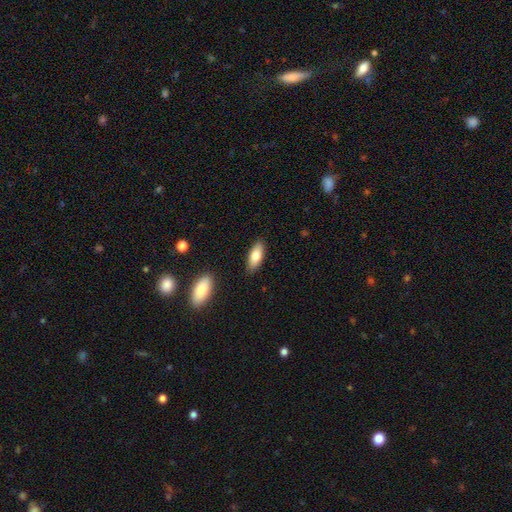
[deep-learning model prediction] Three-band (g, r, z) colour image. It shows a smooth galaxy with no disk features (78%) that is in between round and cigar-shaped (78%). Merging: none (87%).